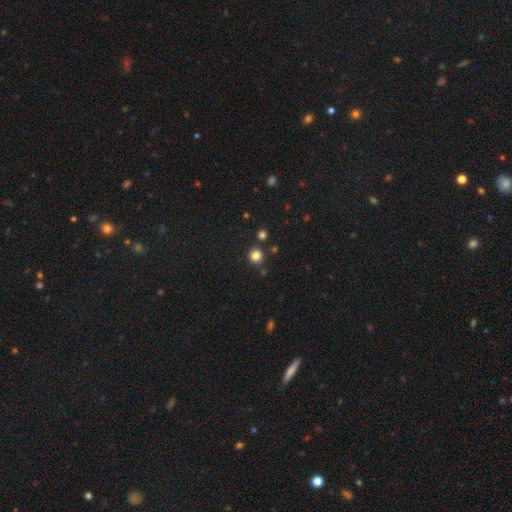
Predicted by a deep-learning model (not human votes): Overall: smooth (82%). How rounded: round (92%). Merging: none (85%).